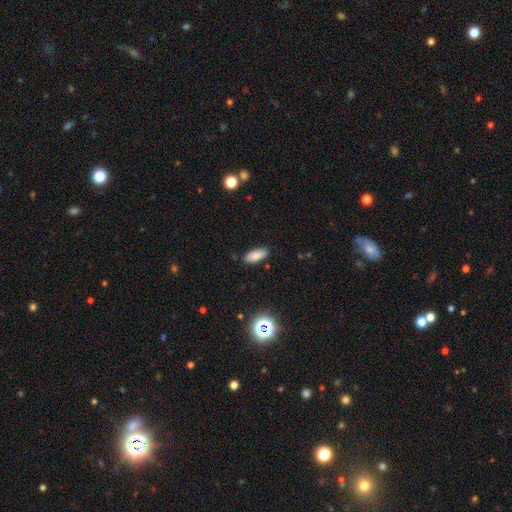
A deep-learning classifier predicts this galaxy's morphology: This appears to be a smooth galaxy with no disk features (83%) that is in between round and cigar-shaped (82%). Merging: none (85%).